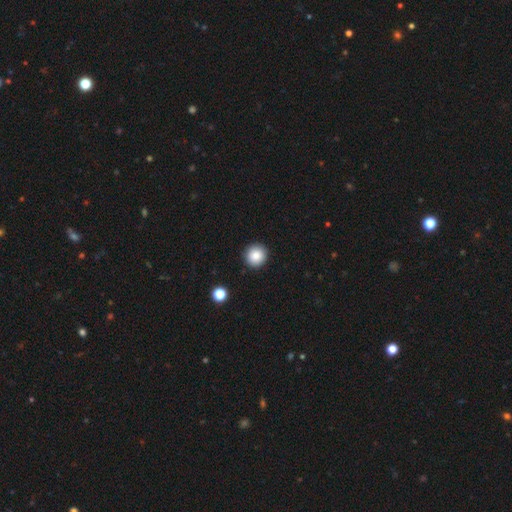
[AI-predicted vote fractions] Smooth or featured: smooth — 86% (star or artifact — 9%)
How rounded: round — 93% (in between — 6%)
Merging: none — 91% (minor disturbance — 6%)